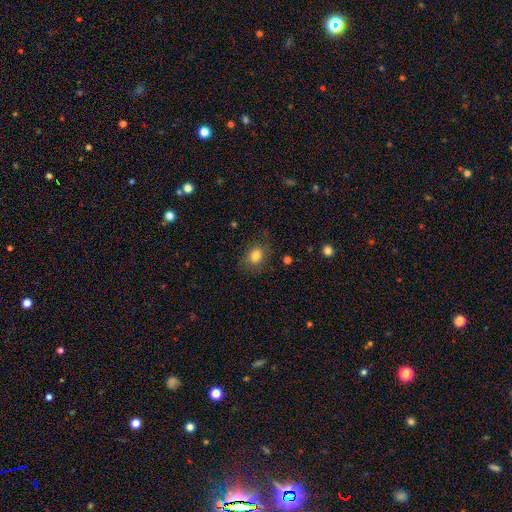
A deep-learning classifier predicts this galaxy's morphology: The model was most divided on "how rounded": in between: 51%, round: 48%, cigar-shaped: 1%. More confident: smooth or featured — smooth (80%); merging — none (76%).